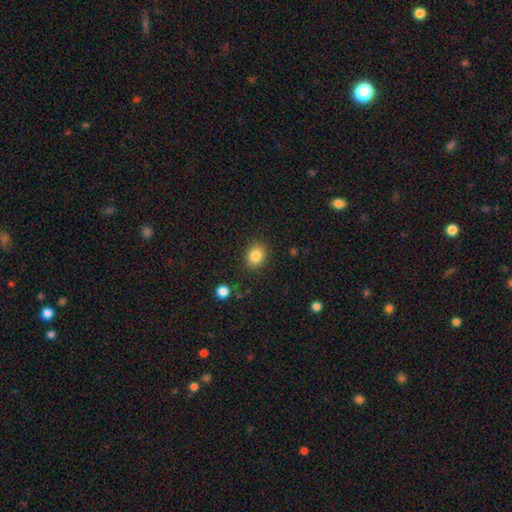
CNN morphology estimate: A smooth galaxy with no disk features (85%) that is in between round and cigar-shaped (51%). Merging: none (86%).